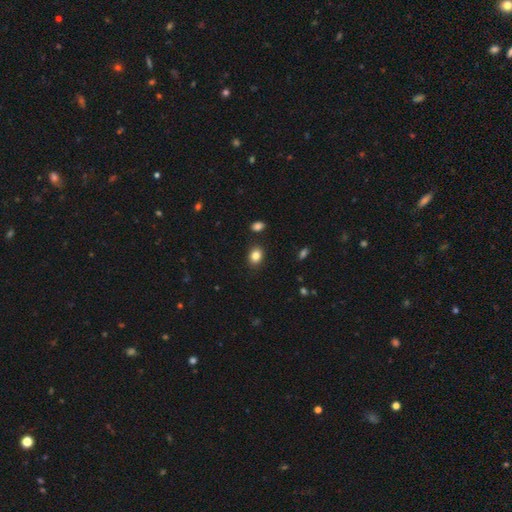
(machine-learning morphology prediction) This is clearly a smooth galaxy (84%). How rounded: possibly in between (55%). Merging: clearly none (87%).